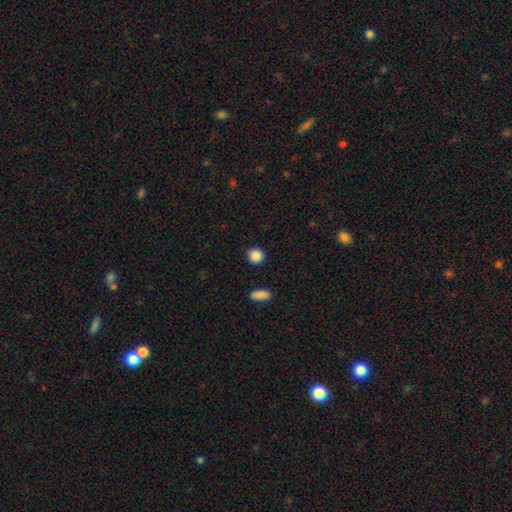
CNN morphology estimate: Smooth or featured? Predicted: smooth (p=0.88). How rounded? Predicted: round (p=0.91). Merging? Predicted: none (p=0.90).